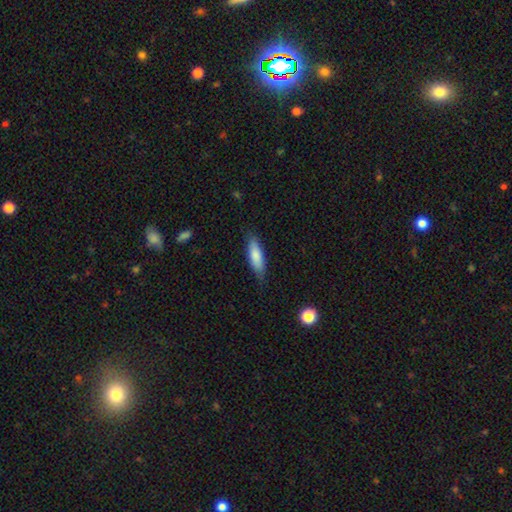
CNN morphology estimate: Smooth or featured? smooth (82%)
How rounded? cigar-shaped (50%)
Merging? none (77%)